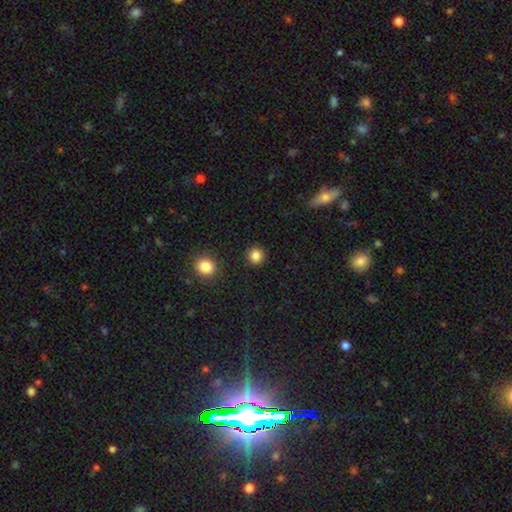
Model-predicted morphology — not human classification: This is clearly a smooth galaxy (85%). How rounded: clearly round (92%). Merging: clearly none (91%).